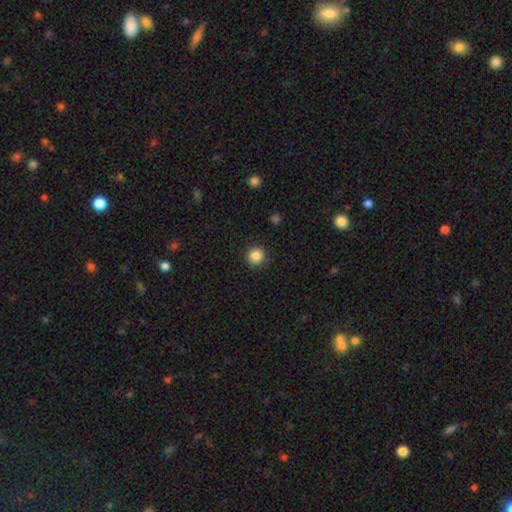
Volunteers were most divided on "merging": none: 95%, major disturbance: 5%, minor disturbance: 0%, merger: 0%. More confident: smooth or featured — smooth (100%); how rounded — round (97%).